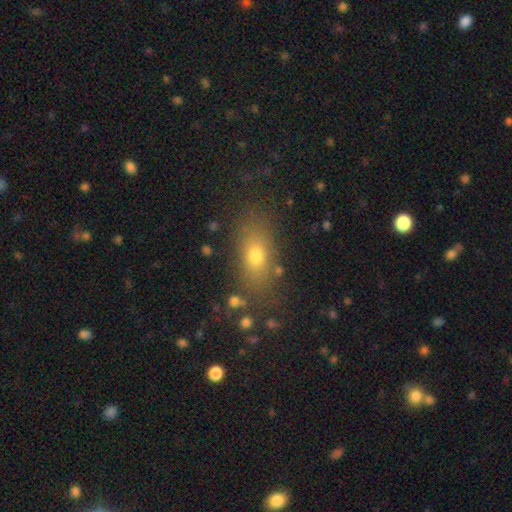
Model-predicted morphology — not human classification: type=smooth (71%); roundness=in between (74%); merging=none (79%).